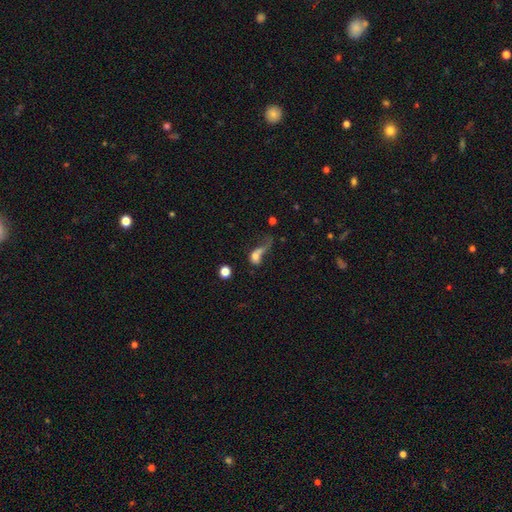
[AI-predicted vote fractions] Morphology: type=smooth (59%); roundness=in between (55%); merging=major disturbance (46%).